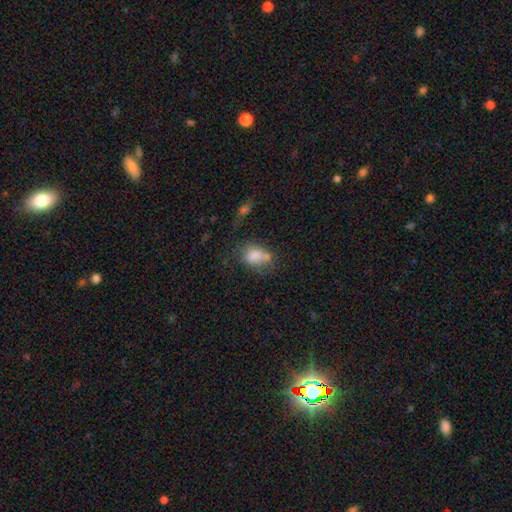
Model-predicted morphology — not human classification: Smooth or featured? smooth (75%)
How rounded? in between (73%)
Merging? none (38%)